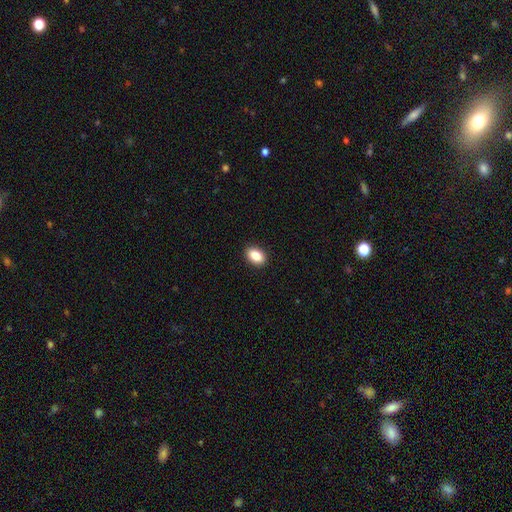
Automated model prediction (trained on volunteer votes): Q: Smooth or featured?
A: smooth (86%); runner-up: star or artifact (8%)
Q: How rounded?
A: in between (85%); runner-up: round (14%)
Q: Merging?
A: none (91%); runner-up: minor disturbance (7%)